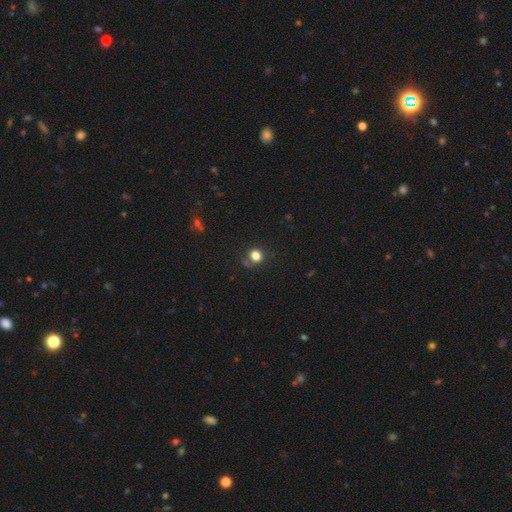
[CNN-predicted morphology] Smooth or featured? Predicted: smooth (p=0.80). How rounded? Predicted: round (p=0.82). Merging? Predicted: none (p=0.72).